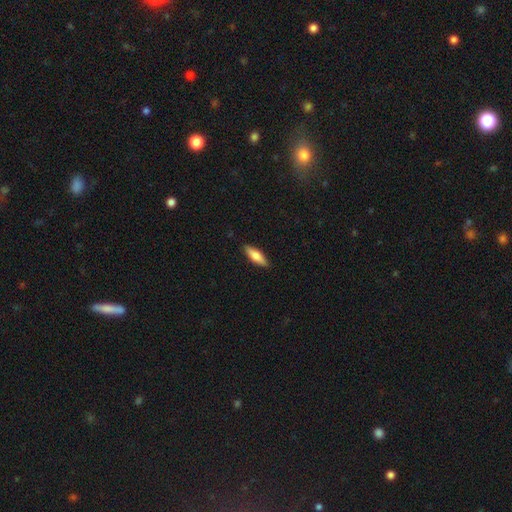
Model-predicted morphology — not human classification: A smooth galaxy with no disk features (73%) that is in between round and cigar-shaped (51%).

Vote fractions:
- Smooth or featured? smooth: 73% / featured or disk: 22% / star or artifact: 6%
- How rounded? in between: 51% / cigar-shaped: 47% / round: 2%
- Merging? none: 88% / minor disturbance: 9% / major disturbance: 2% / merger: 1%